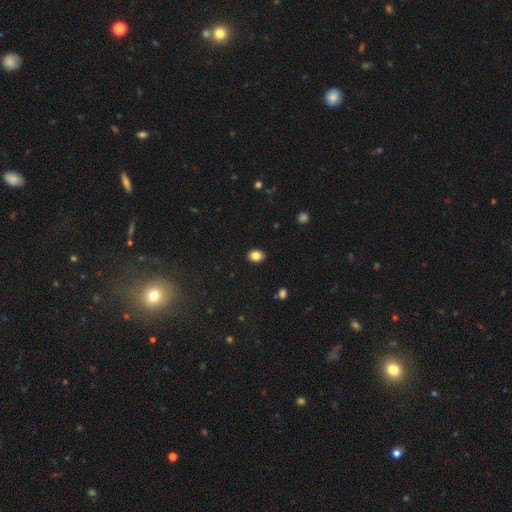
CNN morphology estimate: Smooth or featured: smooth — 84% (star or artifact — 10%)
How rounded: in between — 53% (round — 46%)
Merging: none — 89% (minor disturbance — 8%)